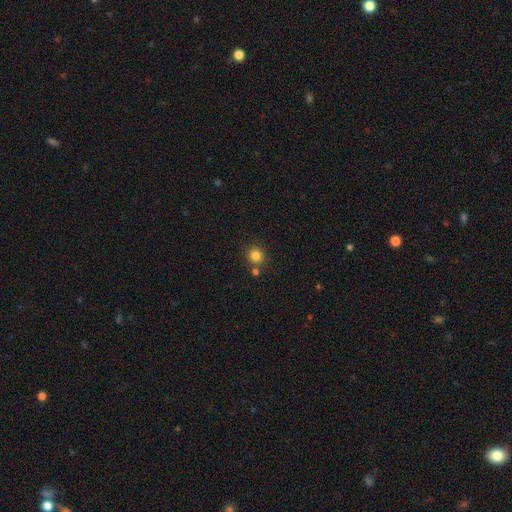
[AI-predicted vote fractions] A smooth galaxy with no disk features (83%) that is round (87%). Merging: none (76%).